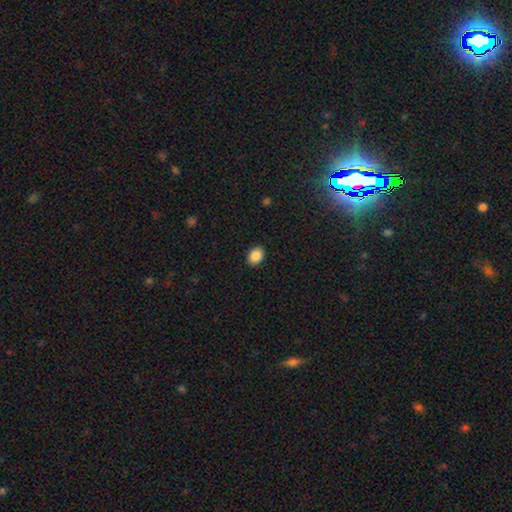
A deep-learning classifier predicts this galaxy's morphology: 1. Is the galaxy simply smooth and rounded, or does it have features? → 88% smooth, 8% star or artifact, 4% featured or disk.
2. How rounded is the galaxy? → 66% in between, 33% round, 1% cigar-shaped.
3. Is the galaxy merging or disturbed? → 90% none, 7% minor disturbance, 2% major disturbance, 1% merger.